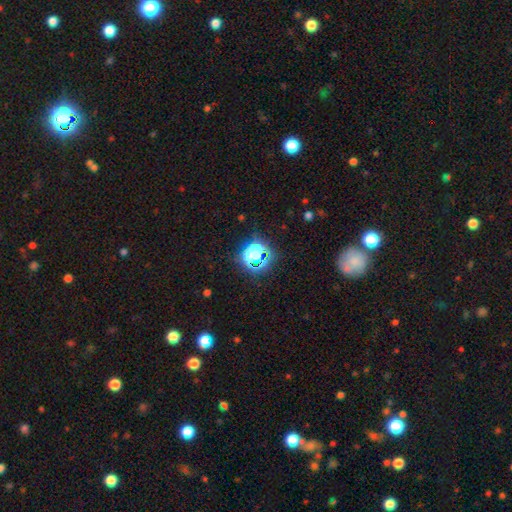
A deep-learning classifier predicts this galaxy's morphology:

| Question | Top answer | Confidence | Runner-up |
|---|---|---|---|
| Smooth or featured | star or artifact | 55% | smooth (35%) |